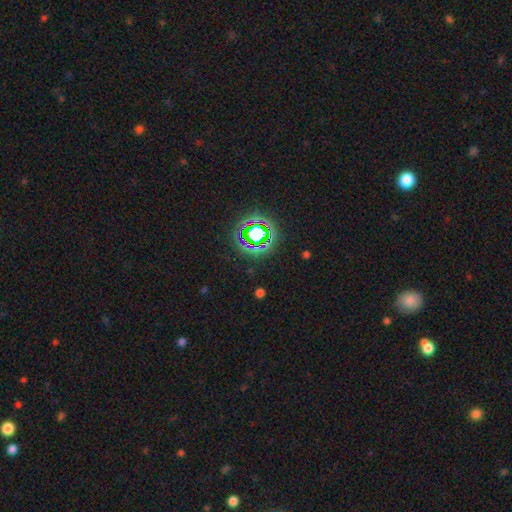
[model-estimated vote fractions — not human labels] Smooth or featured: star or artifact — 74% (smooth — 17%)